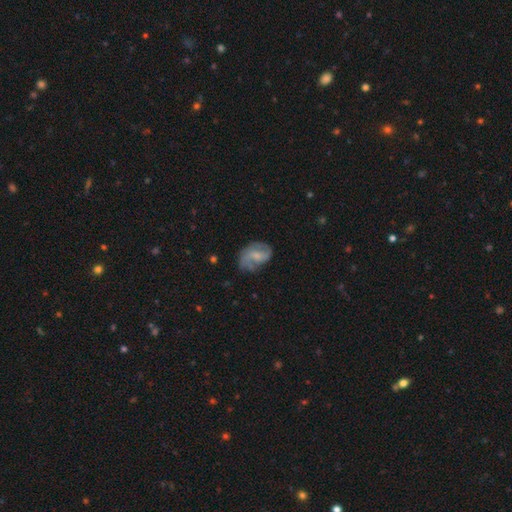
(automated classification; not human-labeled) A featured or disk galaxy (60%) with no bar (45%, tied with weak), spiral arms (82%) and a small central bulge (43%).

Vote fractions:
- Smooth or featured? featured or disk: 60% / smooth: 33% / star or artifact: 7%
- Edge-on disk? no: 97% / yes: 3%
- Bar? no: 45% (tied) / weak: 45% (tied) / strong: 11%
- Spiral arms? yes: 82% / no: 18%
- Bulge size? small: 43% / moderate: 32% / none: 20% / large: 4% / dominant: 1%
- Merging? none: 54% / minor disturbance: 28% / major disturbance: 16% / merger: 2%